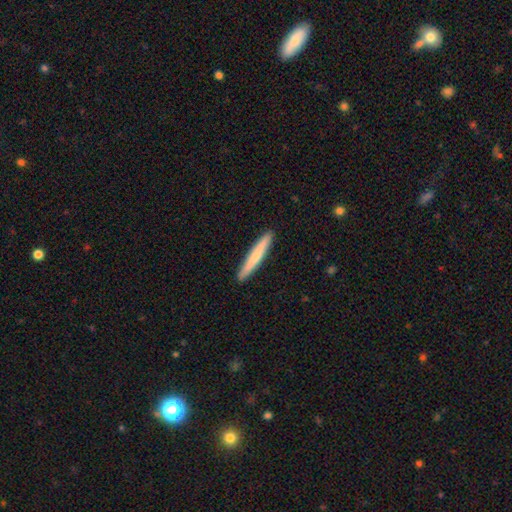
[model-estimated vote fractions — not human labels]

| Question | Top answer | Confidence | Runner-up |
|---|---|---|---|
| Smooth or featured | smooth | 69% | featured or disk (26%) |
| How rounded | cigar-shaped | 96% | in between (3%) |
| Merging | none | 92% | minor disturbance (6%) |